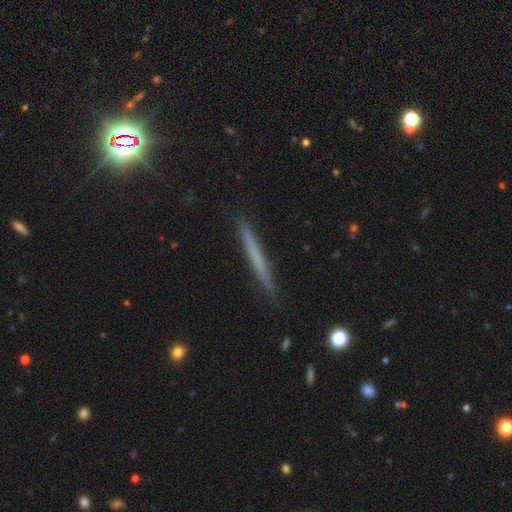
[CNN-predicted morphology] This appears to be a smooth galaxy with no disk features (53%) that is cigar-shaped (97%). Merging: none (91%).